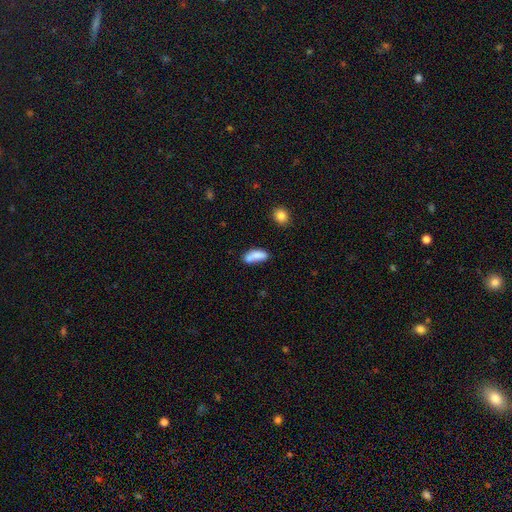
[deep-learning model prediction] The model was most divided on "merging": none: 47%, minor disturbance: 23%, merger: 21%, major disturbance: 8%. More confident: smooth or featured — smooth (79%); how rounded — in between (74%).